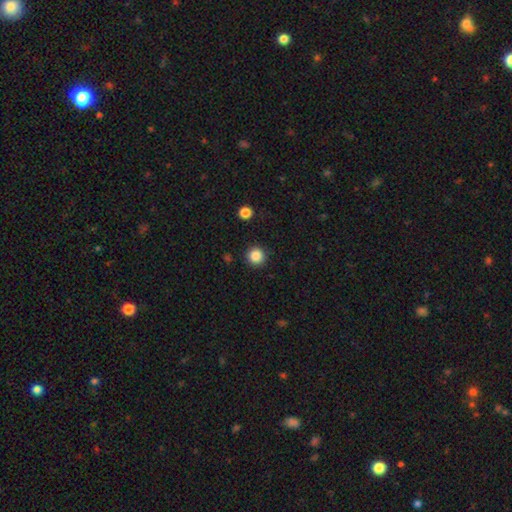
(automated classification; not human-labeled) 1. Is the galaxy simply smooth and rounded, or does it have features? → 85% smooth, 11% star or artifact, 4% featured or disk.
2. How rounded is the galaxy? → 95% round, 4% in between, 1% cigar-shaped.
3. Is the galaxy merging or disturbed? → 92% none, 5% minor disturbance, 2% major disturbance, 1% merger.